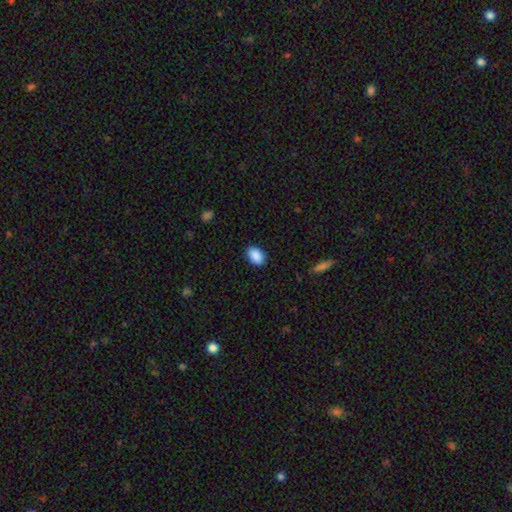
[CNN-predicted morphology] smooth-or-featured: smooth: 90% | star or artifact: 7% | featured or disk: 3%
  how-rounded: in between: 85% | round: 14% | cigar-shaped: 1%
  merging: none: 89% | minor disturbance: 8% | major disturbance: 2% | merger: 1%